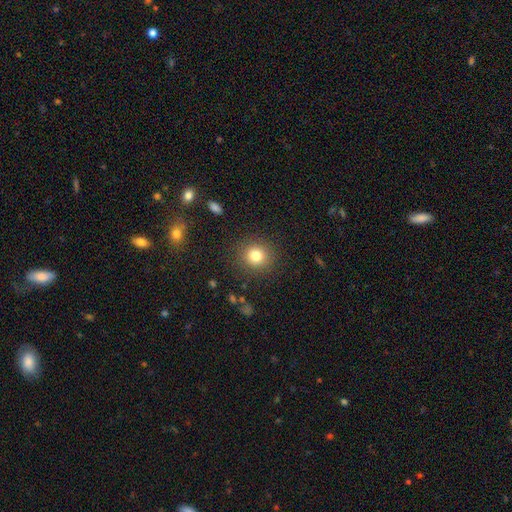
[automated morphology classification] This is clearly a smooth galaxy (80%). How rounded: clearly round (90%). Merging: clearly none (88%).